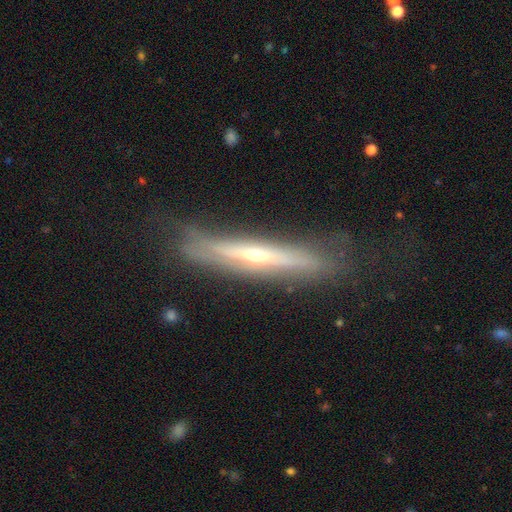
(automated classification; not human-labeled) A featured or disk galaxy (73%) viewed edge-on (87%) with a rounded central bulge (78%).

Vote fractions:
- Smooth or featured? featured or disk: 73% / smooth: 21% / star or artifact: 6%
- Edge-on disk? yes: 87% / no: 13%
- Edge-on bulge? rounded: 78% / none: 19% / boxy: 3%
- Merging? none: 69% / minor disturbance: 21% / major disturbance: 8% / merger: 2%